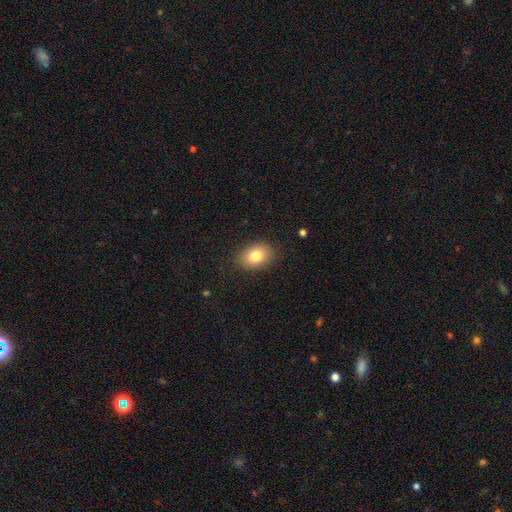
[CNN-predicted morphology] smooth 81%, featured or disk 10%, star or artifact 9%. Down the decision tree: how rounded — in between (76%); merging — none (86%).